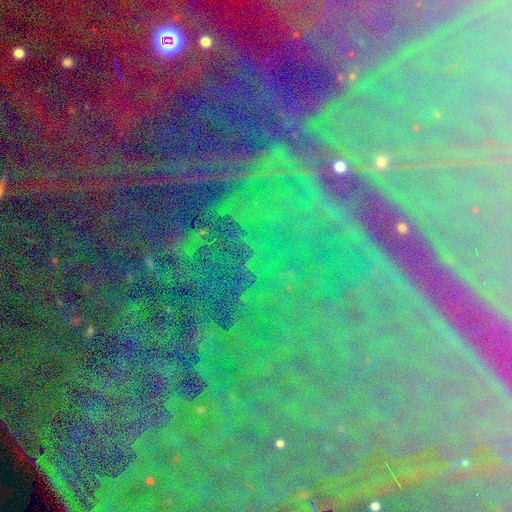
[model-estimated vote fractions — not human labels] star or artifact 87%, featured or disk 7%, smooth 6%.